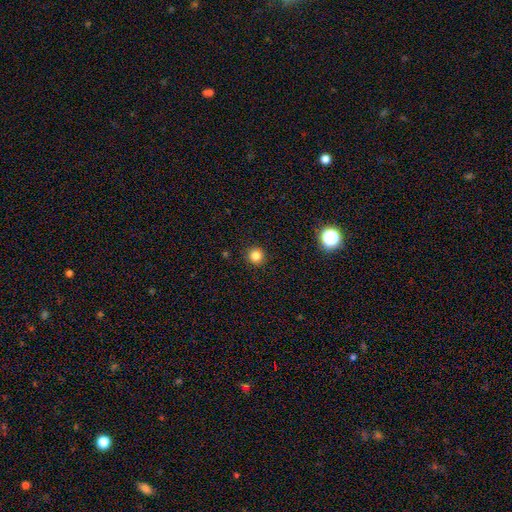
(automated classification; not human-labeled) Morphology: type=smooth (83%); roundness=round (95%); merging=none (92%).